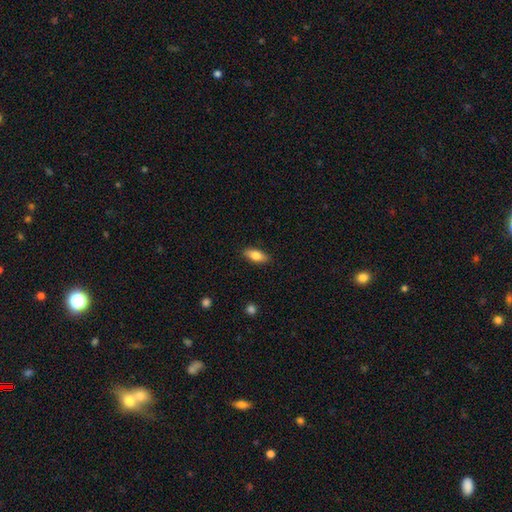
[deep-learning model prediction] The model was most divided on "smooth or featured": smooth: 77%, featured or disk: 16%, star or artifact: 7%. More confident: merging — none (88%); how rounded — in between (81%).